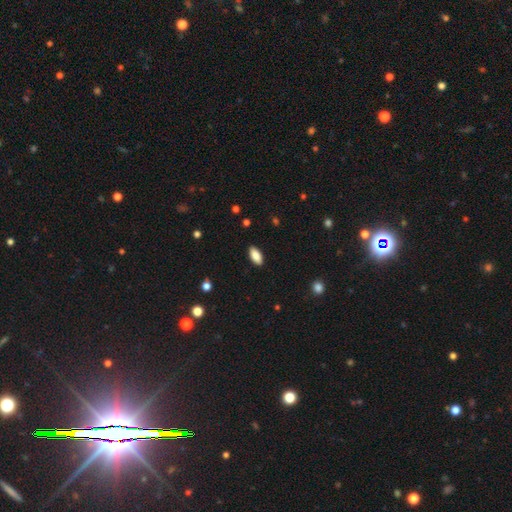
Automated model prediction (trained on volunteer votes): smooth 88%, star or artifact 7%, featured or disk 6%. Down the decision tree: how rounded — in between (89%); merging — none (89%).